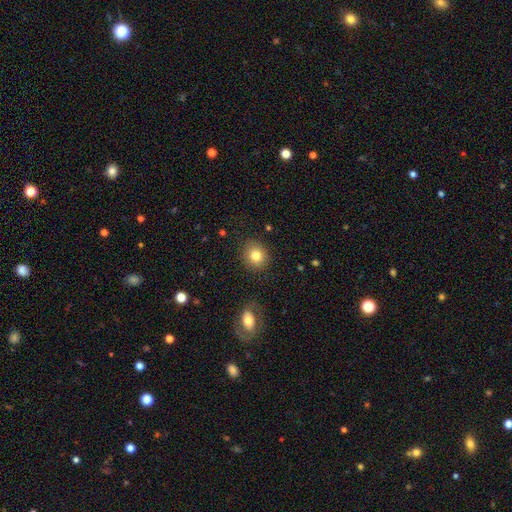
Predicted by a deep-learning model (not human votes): Overall: smooth (82%). How rounded: round (76%). Merging: none (87%).